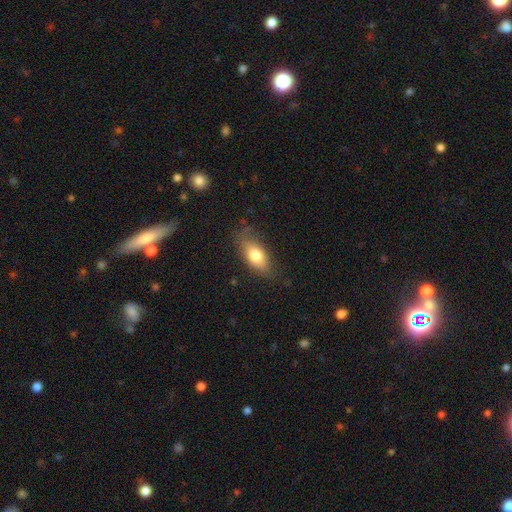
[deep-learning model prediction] This is likely a smooth galaxy (76%). How rounded: clearly in between (83%). Merging: likely none (74%).